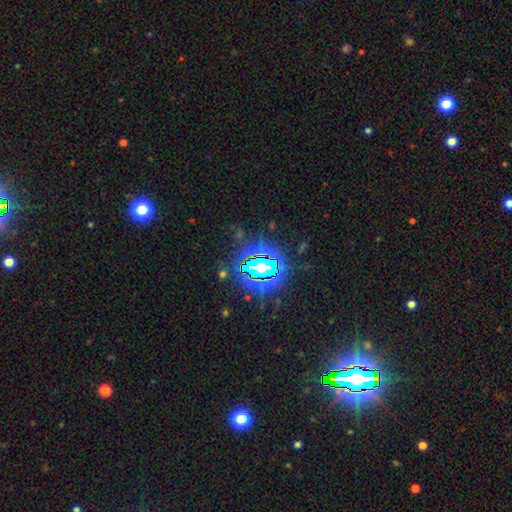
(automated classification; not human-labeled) The model was most divided on "smooth or featured": star or artifact: 85%, smooth: 8%, featured or disk: 7%.